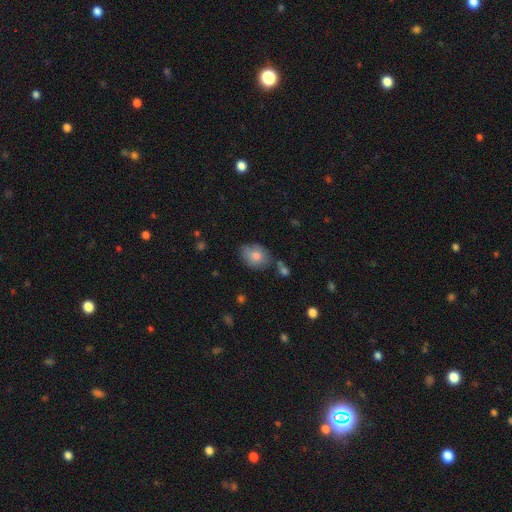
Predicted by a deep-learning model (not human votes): A smooth galaxy with no disk features (76%) that is in between round and cigar-shaped (59%). Merging: none (69%).